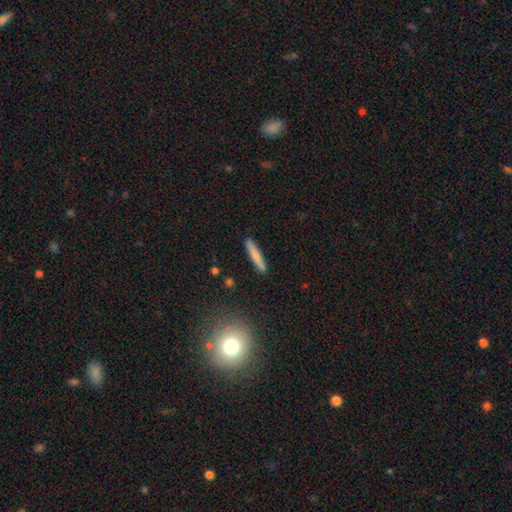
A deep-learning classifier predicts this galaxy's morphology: smooth-or-featured: smooth: 76% | featured or disk: 18% | star or artifact: 6%
  how-rounded: cigar-shaped: 93% | in between: 6% | round: 1%
  merging: none: 89% | minor disturbance: 8% | major disturbance: 2% | merger: 2%